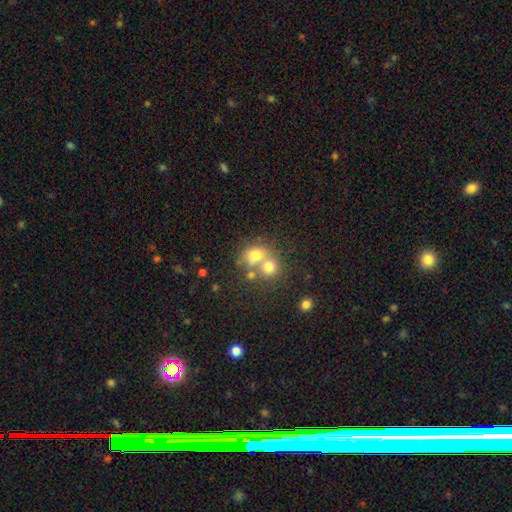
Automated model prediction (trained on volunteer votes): Smooth or featured: smooth — 70% (featured or disk — 16%)
How rounded: round — 66% (in between — 33%)
Merging: merger — 56% (none — 33%)